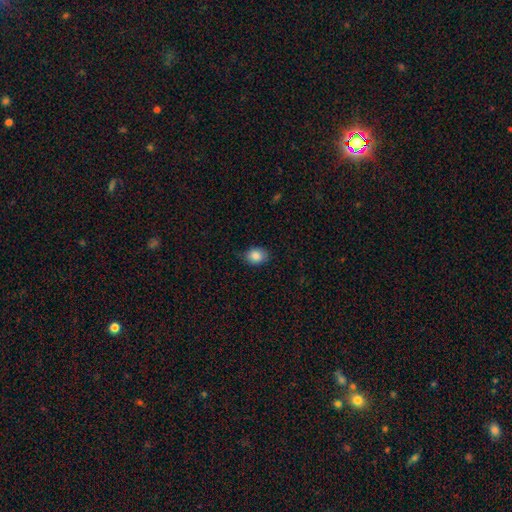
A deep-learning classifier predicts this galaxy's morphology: This appears to be a smooth galaxy with no disk features (86%) that is in between round and cigar-shaped (56%). Merging: none (76%).